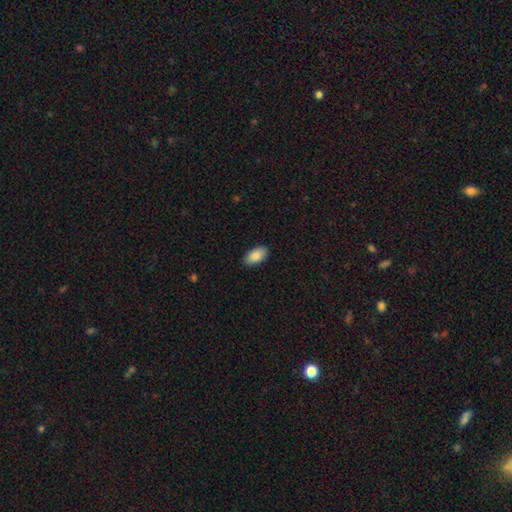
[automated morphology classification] Q: Smooth or featured?
A: smooth (88%); runner-up: star or artifact (7%)
Q: How rounded?
A: in between (95%); runner-up: round (3%)
Q: Merging?
A: none (89%); runner-up: minor disturbance (8%)